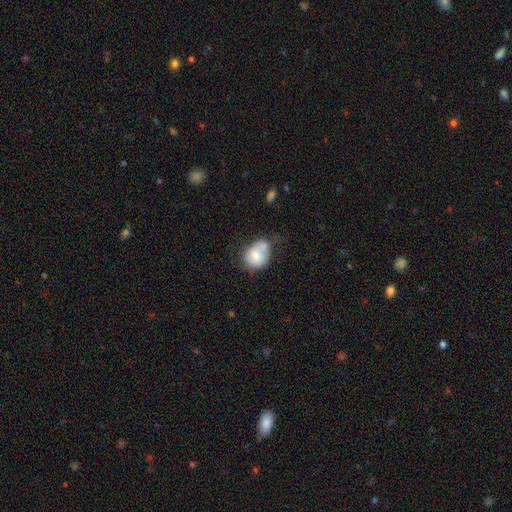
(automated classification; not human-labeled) This appears to be a smooth galaxy with no disk features (70%) that is round (54%). Merging: merger (34%).